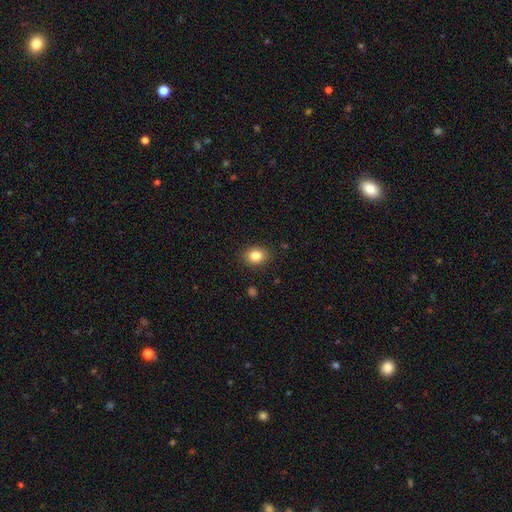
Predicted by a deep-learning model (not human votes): smooth_or_featured: smooth (p=0.83) [alt: star or artifact p=0.10]
how_rounded: round (p=0.53) [alt: in between p=0.46]
merging: none (p=0.88) [alt: minor disturbance p=0.09]